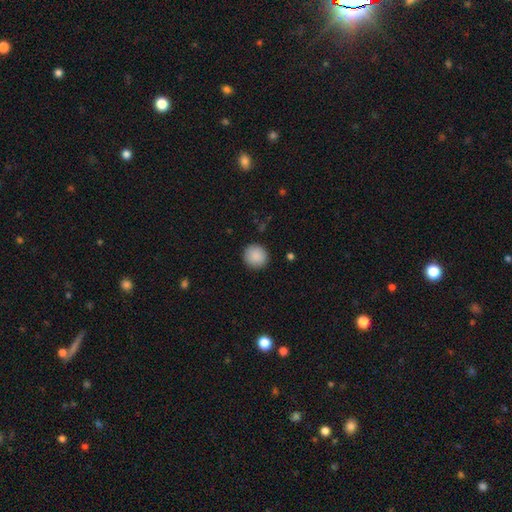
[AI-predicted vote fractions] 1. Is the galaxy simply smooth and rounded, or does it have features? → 89% smooth, 7% star or artifact, 3% featured or disk.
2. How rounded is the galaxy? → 93% round, 6% in between, 1% cigar-shaped.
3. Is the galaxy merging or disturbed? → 91% none, 6% minor disturbance, 2% major disturbance, 1% merger.